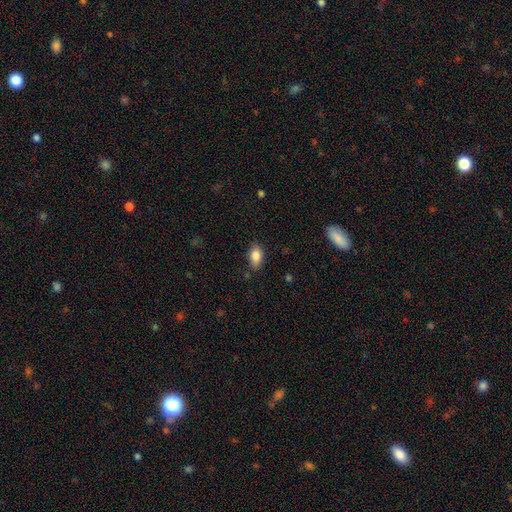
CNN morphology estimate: The model was most divided on "merging": none: 83%, minor disturbance: 13%, major disturbance: 3%, merger: 2%. More confident: how rounded — in between (90%); smooth or featured — smooth (86%).